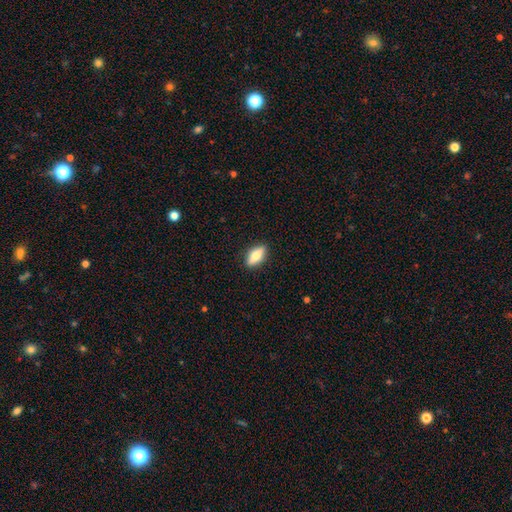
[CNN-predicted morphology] This is likely a smooth galaxy (62%). How rounded: likely in between (71%). Merging: clearly none (88%).